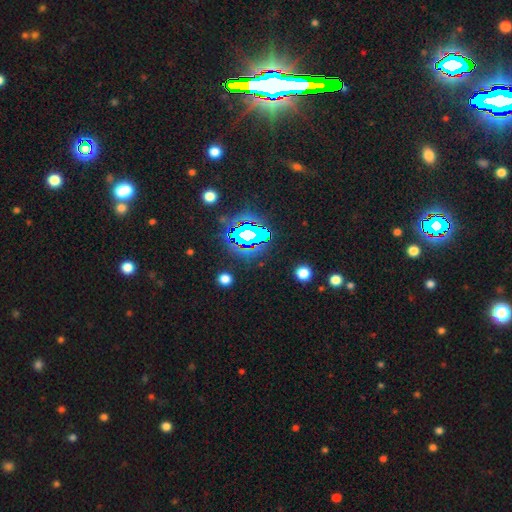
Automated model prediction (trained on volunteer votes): Smooth or featured: star or artifact — 82% (smooth — 10%)